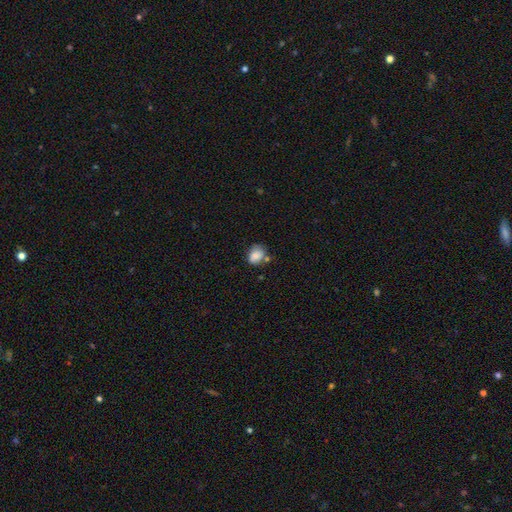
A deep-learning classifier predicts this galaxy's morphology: A smooth galaxy with no disk features (81%) that is in between round and cigar-shaped (54%). Merging: none (55%).